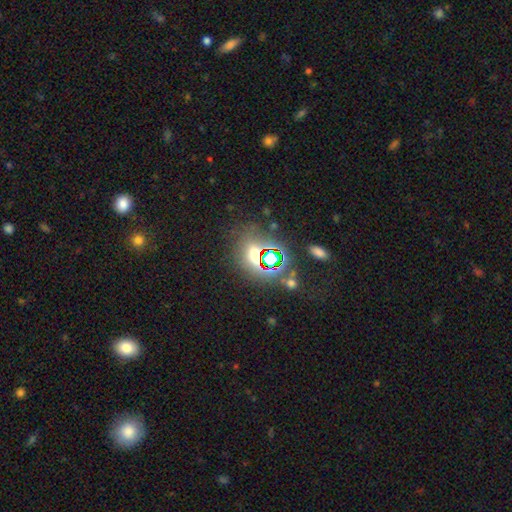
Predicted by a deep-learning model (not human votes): Smooth or featured?
  - star or artifact: 54% *
  - smooth: 35%
  - featured or disk: 11%